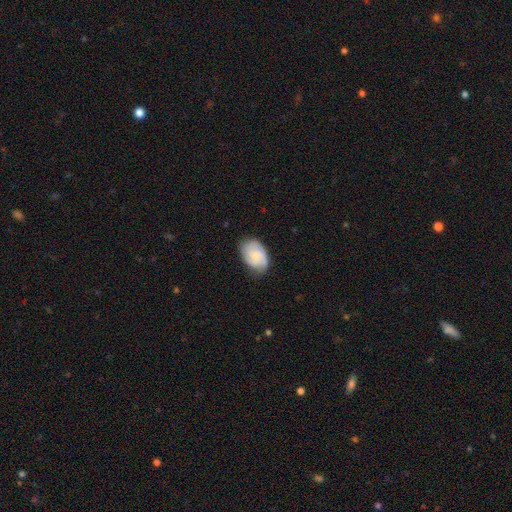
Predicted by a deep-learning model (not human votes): Smooth or featured: smooth — 55% (featured or disk — 38%)
How rounded: in between — 84% (round — 15%)
Merging: none — 67% (minor disturbance — 26%)